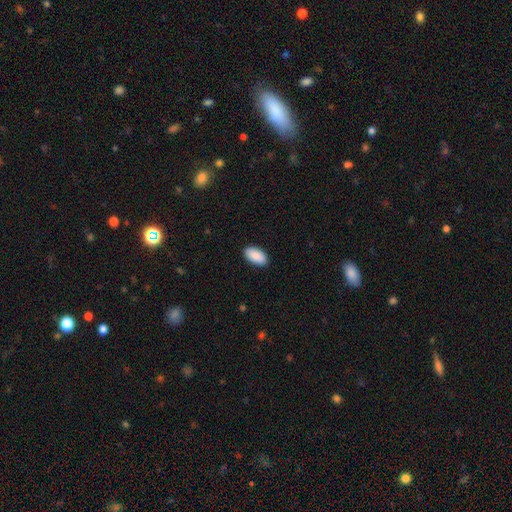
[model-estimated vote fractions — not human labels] This is clearly a smooth galaxy (91%). How rounded: clearly in between (96%). Merging: clearly none (90%).